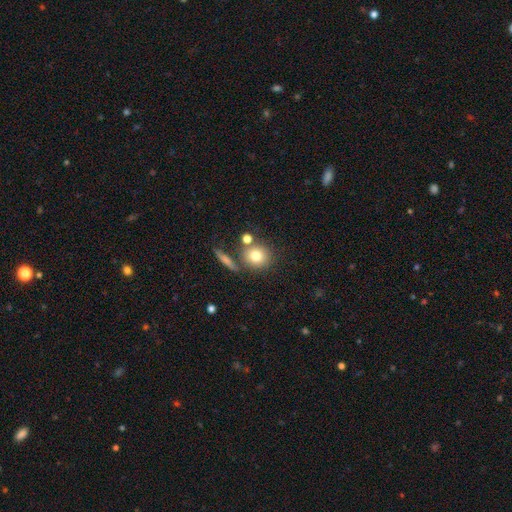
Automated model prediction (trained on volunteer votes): This is likely a smooth galaxy (76%). How rounded: clearly round (83%). Merging: likely none (68%).